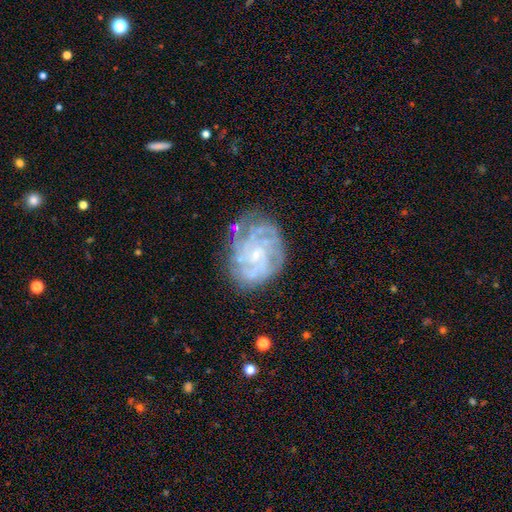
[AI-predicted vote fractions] smooth_or_featured: featured or disk (p=0.83) [alt: smooth p=0.10]
disk_edge_on: no (p=0.97) [alt: yes p=0.03]
bar: no (p=0.71) [alt: weak p=0.24]
has_spiral_arms: yes (p=0.95) [alt: no p=0.05]
spiral_winding: tight (p=0.68) [alt: medium p=0.27]
spiral_arm_count: can't tell (p=0.29) [alt: 4 p=0.26]
bulge_size: small (p=0.79) [alt: moderate p=0.14]
merging: none (p=0.72) [alt: minor disturbance p=0.18]